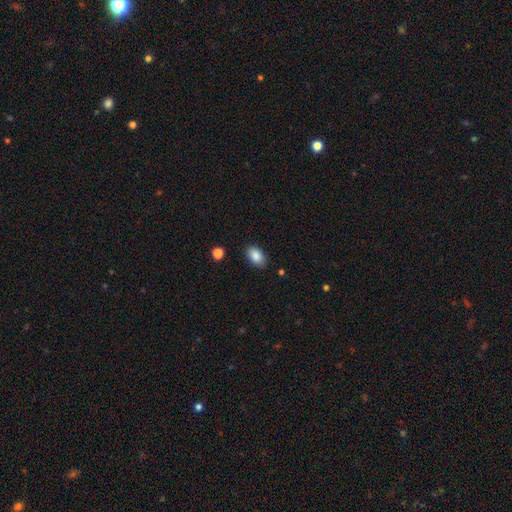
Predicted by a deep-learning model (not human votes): A smooth galaxy with no disk features (88%) that is in between round and cigar-shaped (88%).

Vote fractions:
- Smooth or featured? smooth: 88% / star or artifact: 7% / featured or disk: 5%
- How rounded? in between: 88% / round: 10% / cigar-shaped: 1%
- Merging? none: 85% / minor disturbance: 11% / major disturbance: 2% / merger: 1%